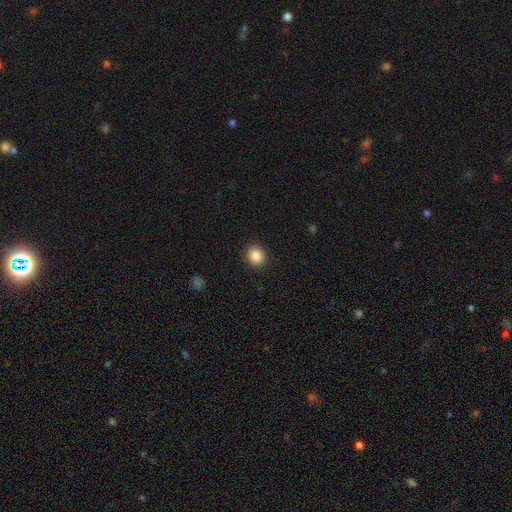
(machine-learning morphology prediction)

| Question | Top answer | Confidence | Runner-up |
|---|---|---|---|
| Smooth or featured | smooth | 86% | star or artifact (10%) |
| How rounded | round | 77% | in between (22%) |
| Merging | none | 91% | minor disturbance (6%) |